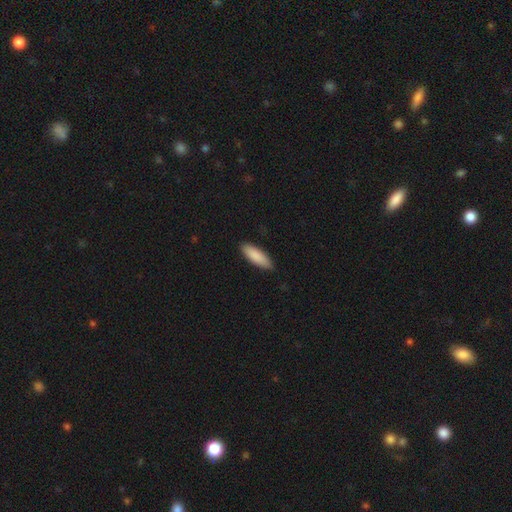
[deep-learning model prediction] A smooth galaxy with no disk features (88%) that is in between round and cigar-shaped (56%).

Vote fractions:
- Smooth or featured? smooth: 88% / featured or disk: 7% / star or artifact: 5%
- How rounded? in between: 56% / cigar-shaped: 43% / round: 1%
- Merging? none: 87% / minor disturbance: 11% / major disturbance: 2% / merger: 1%